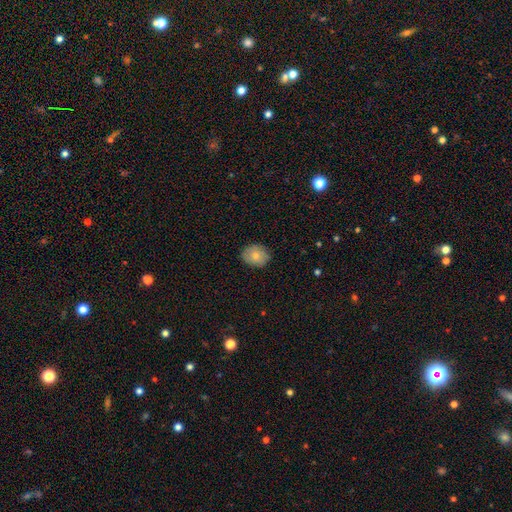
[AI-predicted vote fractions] smooth_or_featured: smooth (p=0.80) [alt: featured or disk p=0.12]
how_rounded: round (p=0.53) [alt: in between p=0.46]
merging: none (p=0.84) [alt: minor disturbance p=0.13]